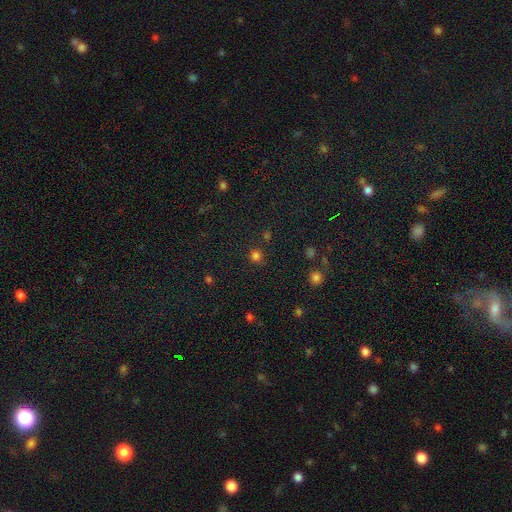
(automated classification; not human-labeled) Smooth or featured? Predicted: smooth (p=0.77). How rounded? Predicted: round (p=0.92). Merging? Predicted: none (p=0.85).